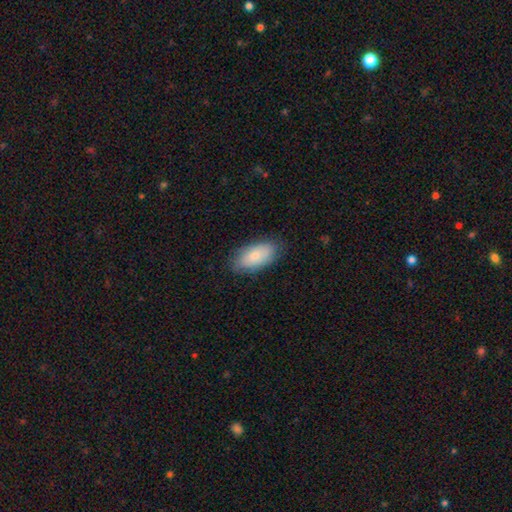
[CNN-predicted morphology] A smooth galaxy with no disk features (79%) that is in between round and cigar-shaped (92%).

Vote fractions:
- Smooth or featured? smooth: 79% / featured or disk: 15% / star or artifact: 6%
- How rounded? in between: 92% / cigar-shaped: 6% / round: 2%
- Merging? none: 82% / minor disturbance: 14% / major disturbance: 3% / merger: 1%